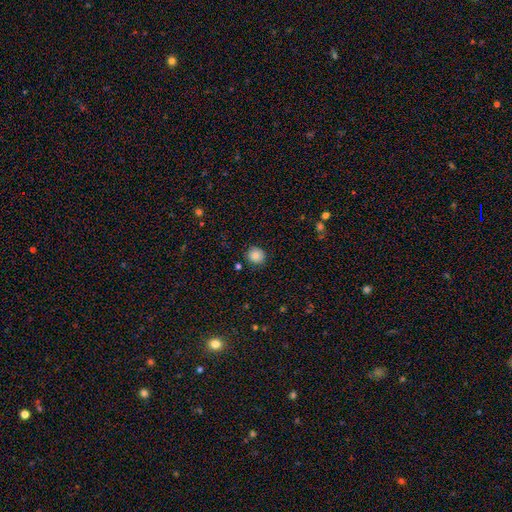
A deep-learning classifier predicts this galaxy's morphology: type=smooth (85%); roundness=round (89%); merging=none (87%).